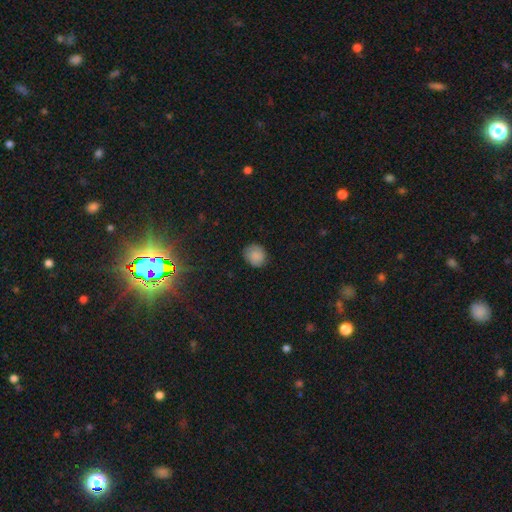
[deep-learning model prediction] A smooth galaxy with no disk features (82%) that is round (78%). Merging: none (83%).